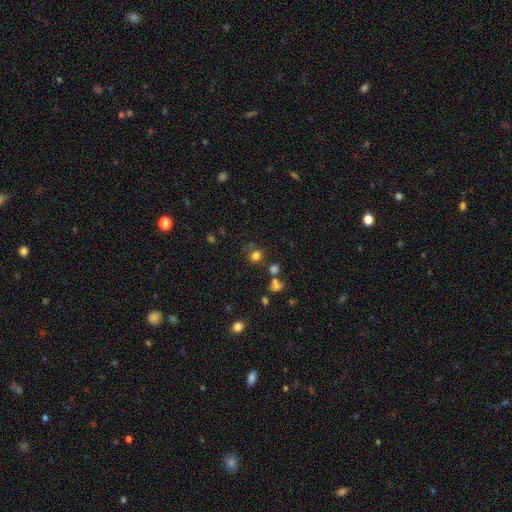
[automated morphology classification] Smooth or featured? smooth (76%)
How rounded? round (73%)
Merging? none (71%)